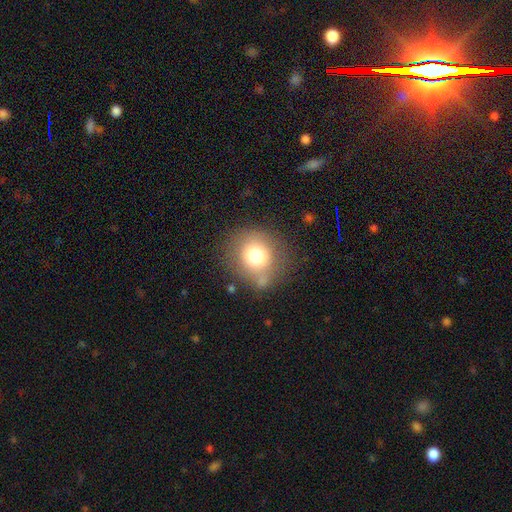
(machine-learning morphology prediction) Overall: smooth (76%). How rounded: round (87%). Merging: none (74%).